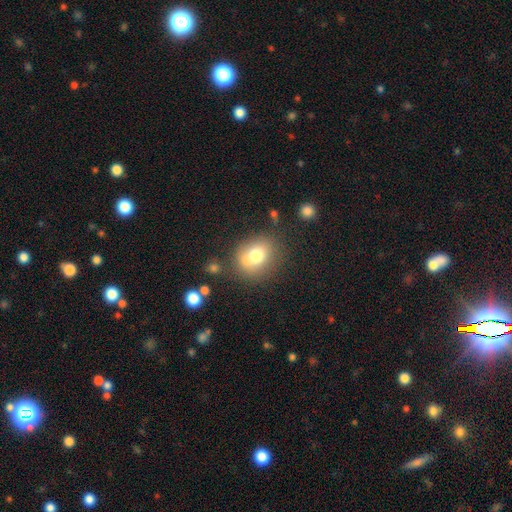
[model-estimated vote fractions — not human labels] Smooth or featured?
  - smooth: 73% *
  - featured or disk: 16%
  - star or artifact: 11%
How rounded?
  - round: 60% *
  - in between: 40%
  - cigar-shaped: 1%
Merging?
  - none: 60% *
  - minor disturbance: 18%
  - merger: 15%
  - major disturbance: 7%